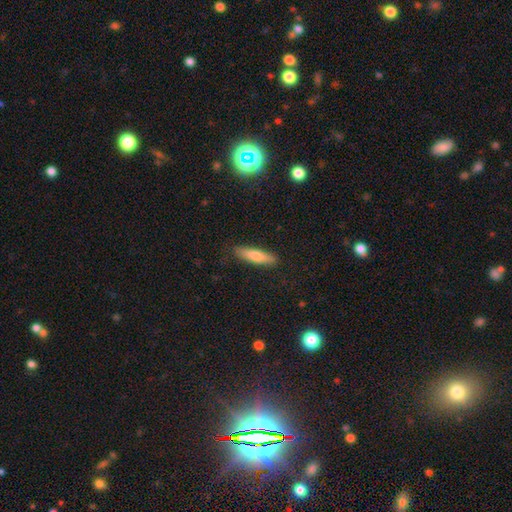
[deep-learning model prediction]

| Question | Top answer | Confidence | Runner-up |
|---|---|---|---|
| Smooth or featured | smooth | 73% | featured or disk (20%) |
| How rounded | cigar-shaped | 75% | in between (23%) |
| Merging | none | 87% | minor disturbance (10%) |